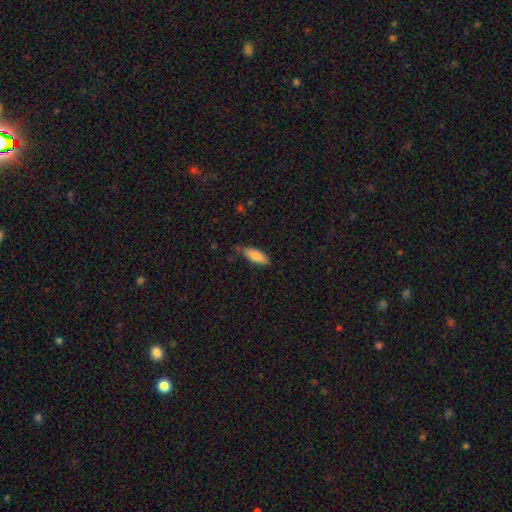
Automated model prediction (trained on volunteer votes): Smooth or featured? smooth (85%)
How rounded? in between (75%)
Merging? none (66%)